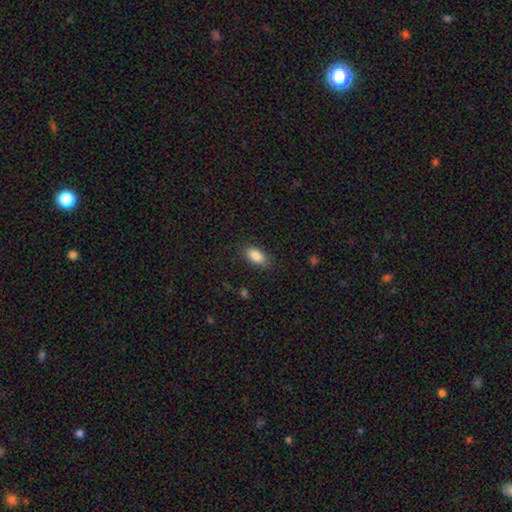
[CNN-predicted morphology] This appears to be a smooth galaxy with no disk features (87%) that is in between round and cigar-shaped (89%). Merging: none (84%).